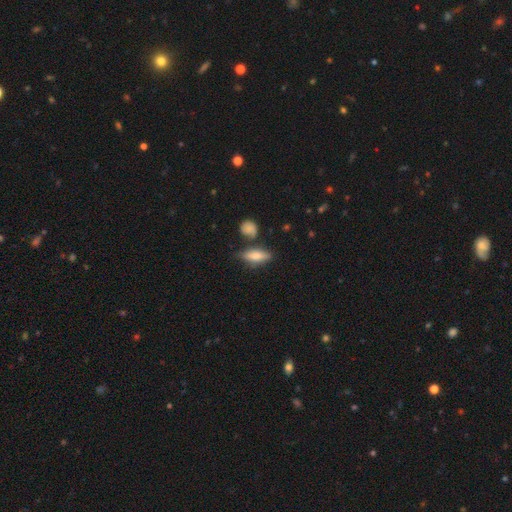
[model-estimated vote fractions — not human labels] smooth-or-featured: smooth: 67% | featured or disk: 25% | star or artifact: 8%
  how-rounded: in between: 64% | cigar-shaped: 32% | round: 4%
  merging: none: 68% | minor disturbance: 19% | merger: 8% | major disturbance: 5%